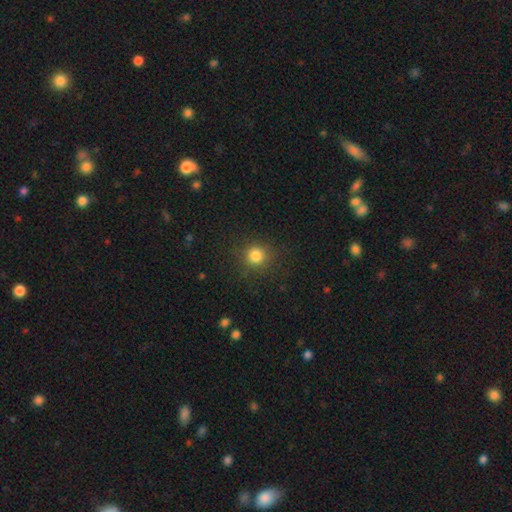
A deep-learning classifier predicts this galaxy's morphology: Smooth or featured?
  - smooth: 82% *
  - star or artifact: 13%
  - featured or disk: 5%
How rounded?
  - round: 92% *
  - in between: 7%
  - cigar-shaped: 1%
Merging?
  - none: 88% *
  - minor disturbance: 8%
  - major disturbance: 3%
  - merger: 1%